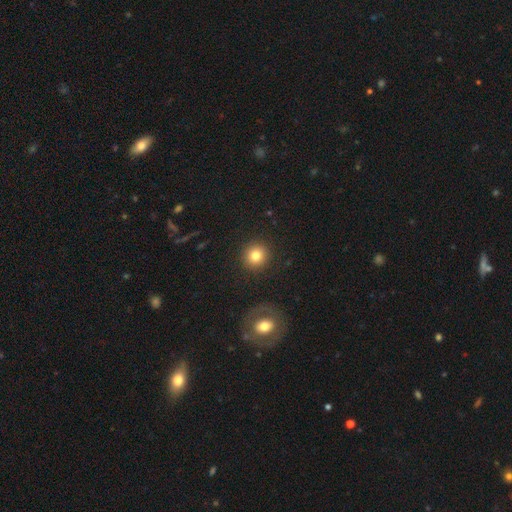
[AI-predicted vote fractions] A smooth galaxy with no disk features (81%) that is round (91%).

Vote fractions:
- Smooth or featured? smooth: 81% / star or artifact: 11% / featured or disk: 9%
- How rounded? round: 91% / in between: 8% / cigar-shaped: 1%
- Merging? none: 90% / minor disturbance: 6% / major disturbance: 3% / merger: 1%